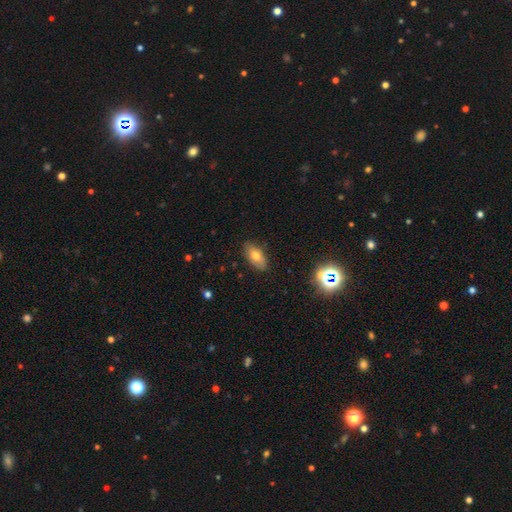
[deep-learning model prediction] Morphology: type=smooth (72%); roundness=in between (92%); merging=none (83%).